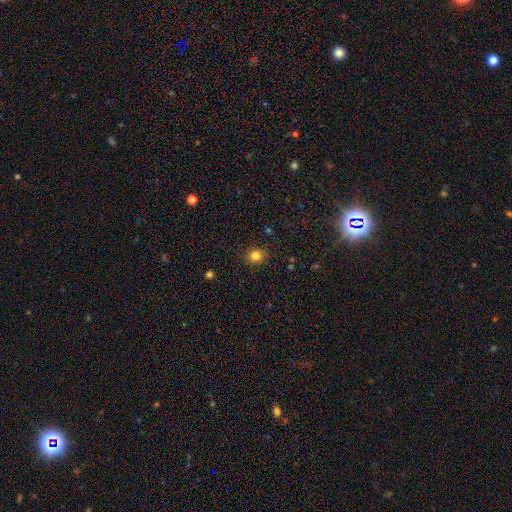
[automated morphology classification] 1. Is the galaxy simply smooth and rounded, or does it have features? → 82% smooth, 12% star or artifact, 5% featured or disk.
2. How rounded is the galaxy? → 75% round, 24% in between, 1% cigar-shaped.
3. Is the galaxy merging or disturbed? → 88% none, 8% minor disturbance, 2% major disturbance, 1% merger.